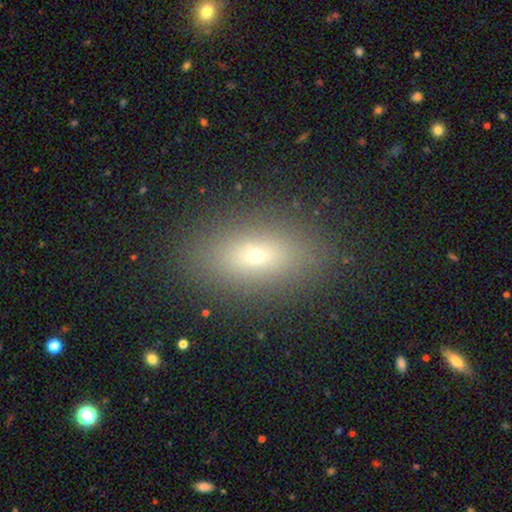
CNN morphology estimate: smooth-or-featured: smooth: 63% | featured or disk: 20% | star or artifact: 17%
  how-rounded: in between: 77% | cigar-shaped: 12% | round: 11%
  merging: none: 86% | minor disturbance: 9% | major disturbance: 4% | merger: 1%